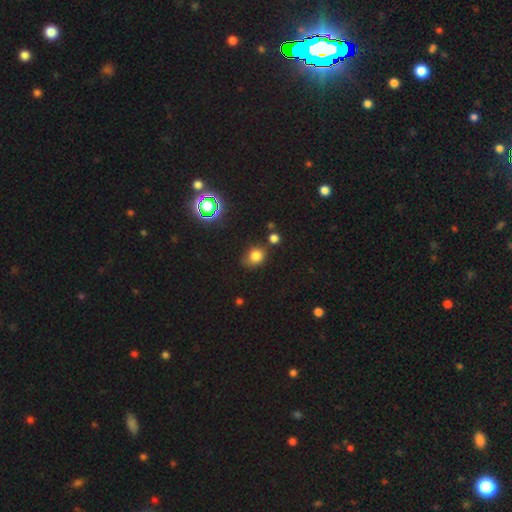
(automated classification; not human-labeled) smooth 77%, star or artifact 17%, featured or disk 6%. Down the decision tree: how rounded — round (55%); merging — none (69%).